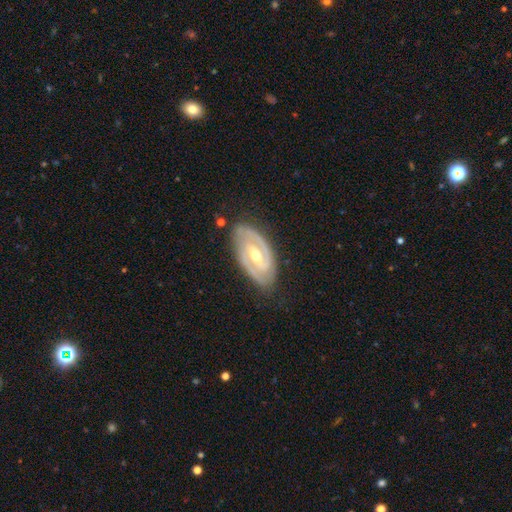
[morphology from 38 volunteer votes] Smooth or featured? featured or disk (92%)
Edge-on disk? no (97%)
Bar? weak (53%)
Spiral arms? yes (97%)
Spiral winding? tight (48%)
Spiral arm count? 2 (94%)
Bulge size? small (62%)
Merging? none (81%)